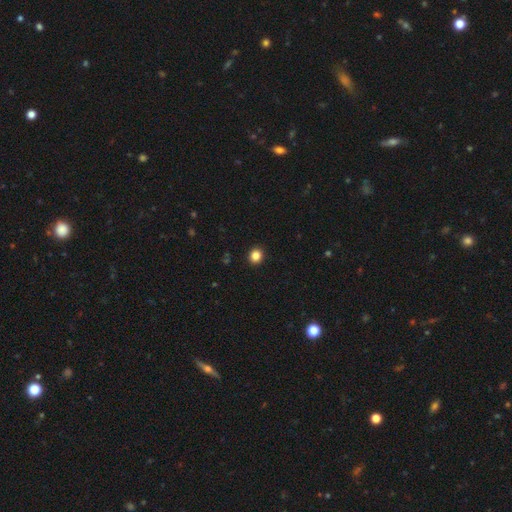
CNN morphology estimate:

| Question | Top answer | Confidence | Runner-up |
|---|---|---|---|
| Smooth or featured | smooth | 85% | star or artifact (11%) |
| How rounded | round | 81% | in between (19%) |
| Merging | none | 93% | minor disturbance (5%) |